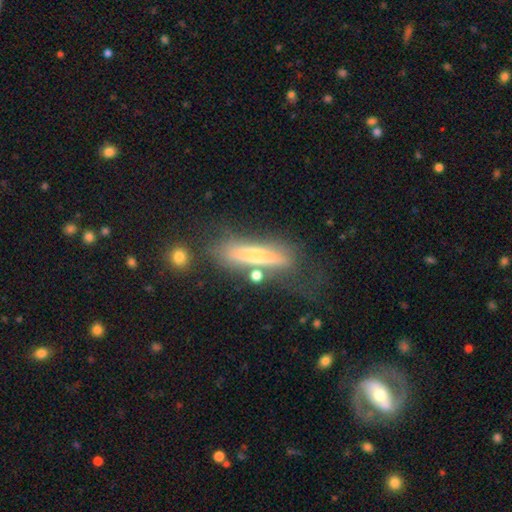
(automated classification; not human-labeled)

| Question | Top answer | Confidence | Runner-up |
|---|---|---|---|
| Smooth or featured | smooth | 51% | featured or disk (41%) |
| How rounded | cigar-shaped | 74% | in between (24%) |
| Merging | none | 51% | minor disturbance (21%) |